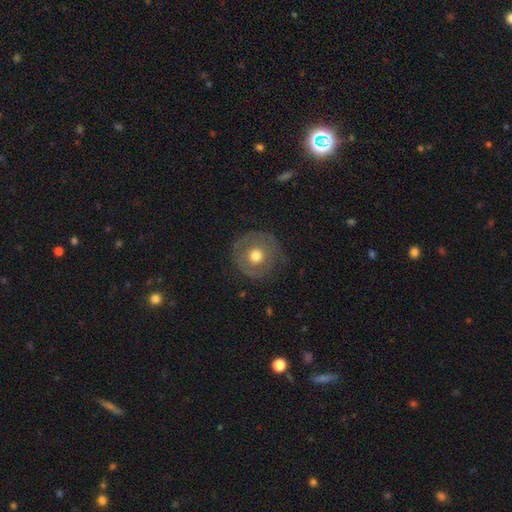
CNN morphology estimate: smooth-or-featured: smooth: 54% | featured or disk: 38% | star or artifact: 7%
  how-rounded: round: 94% | in between: 5% | cigar-shaped: 1%
  merging: none: 76% | minor disturbance: 15% | major disturbance: 7% | merger: 1%